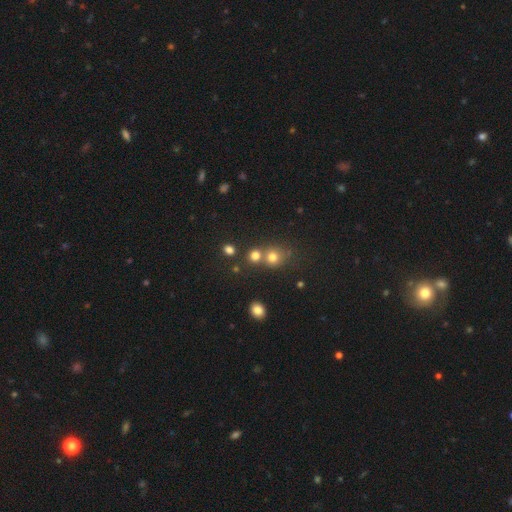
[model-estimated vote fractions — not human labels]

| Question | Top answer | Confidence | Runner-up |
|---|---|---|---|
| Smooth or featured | smooth | 74% | star or artifact (18%) |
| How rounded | round | 85% | in between (14%) |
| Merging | none | 57% | merger (33%) |